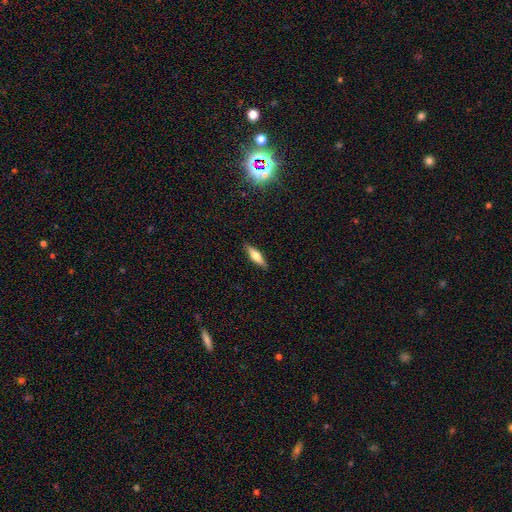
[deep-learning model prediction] This appears to be a smooth galaxy with no disk features (57%) that is cigar-shaped (61%). Merging: none (88%).